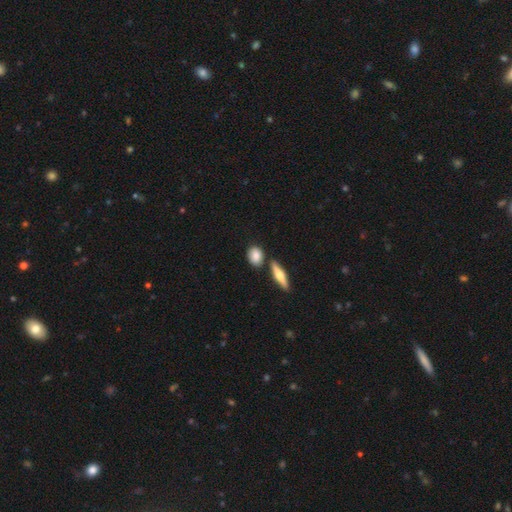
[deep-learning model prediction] A smooth galaxy with no disk features (81%) that is in between round and cigar-shaped (51%). Merging: none (74%).